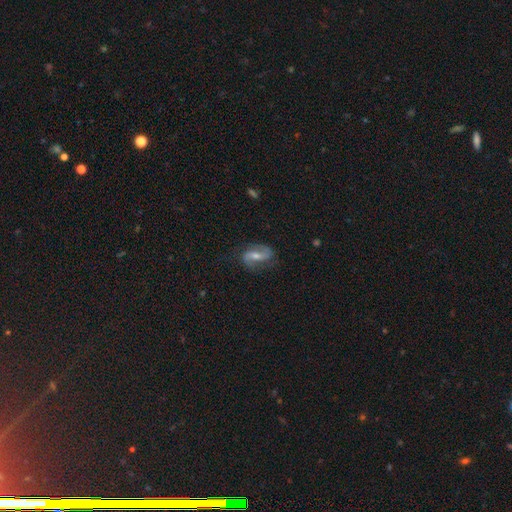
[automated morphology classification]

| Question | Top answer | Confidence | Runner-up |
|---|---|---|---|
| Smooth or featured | featured or disk | 83% | smooth (10%) |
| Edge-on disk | no | 96% | yes (4%) |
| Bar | weak | 42% | strong (35%) |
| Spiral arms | yes | 95% | no (5%) |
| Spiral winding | loose | 45% | medium (40%) |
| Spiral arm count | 2 | 91% | can't tell (3%) |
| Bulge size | moderate | 52% | small (41%) |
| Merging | none | 79% | minor disturbance (14%) |